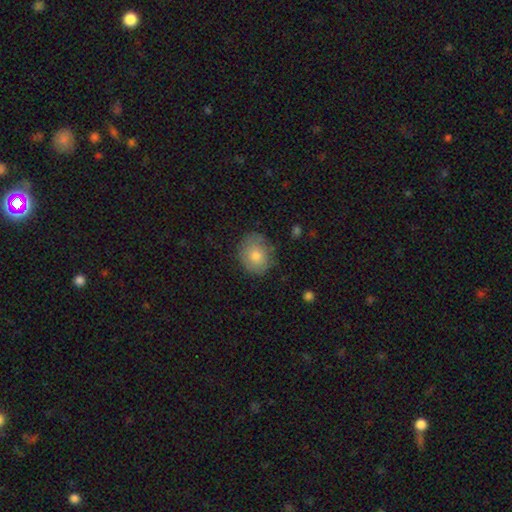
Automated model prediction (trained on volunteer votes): This appears to be a smooth galaxy with no disk features (77%) that is round (68%). Merging: none (75%).